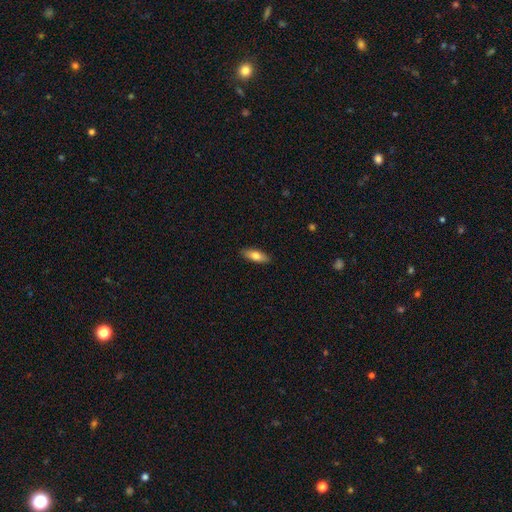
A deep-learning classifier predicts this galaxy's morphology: Q: Smooth or featured?
A: smooth (75%); runner-up: featured or disk (19%)
Q: How rounded?
A: in between (66%); runner-up: cigar-shaped (32%)
Q: Merging?
A: none (89%); runner-up: minor disturbance (9%)